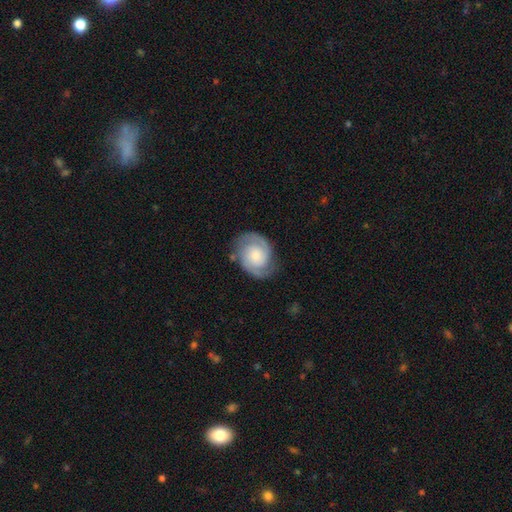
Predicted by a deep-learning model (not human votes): This is clearly a featured or disk galaxy (80%). It is clearly not viewed edge-on (98%). Bar: likely no (68%). Spiral arm pattern: clearly yes (96%). Spiral arm count: clearly 2 (88%). Spiral winding: possibly tight (49%). Central bulge: marginally moderate (43%). Merging: likely none (77%).